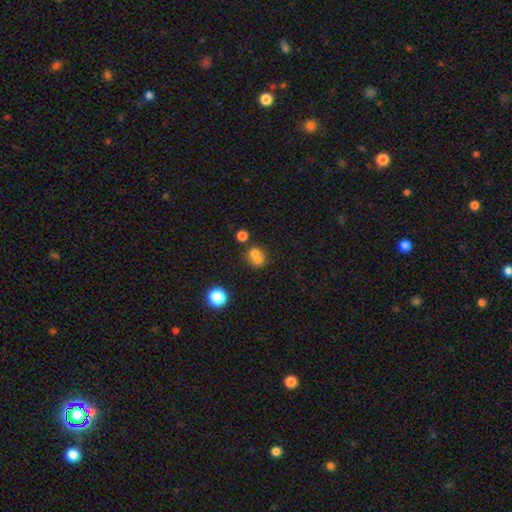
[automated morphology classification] Smooth or featured? Predicted: smooth (p=0.70). How rounded? Predicted: round (p=0.74). Merging? Predicted: merger (p=0.53).